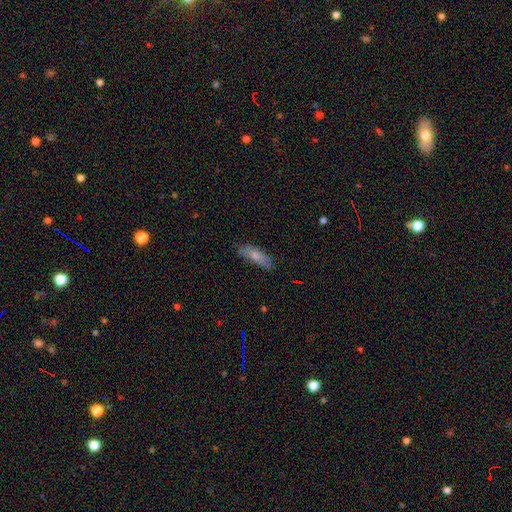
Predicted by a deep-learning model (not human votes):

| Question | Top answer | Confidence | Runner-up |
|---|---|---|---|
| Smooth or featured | smooth | 72% | featured or disk (21%) |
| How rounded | in between | 57% | cigar-shaped (41%) |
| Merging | none | 70% | minor disturbance (23%) |